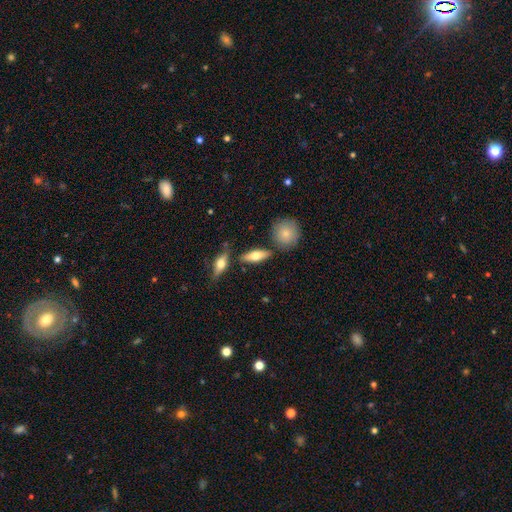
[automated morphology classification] smooth_or_featured: smooth (p=0.58) [alt: featured or disk p=0.36]
how_rounded: in between (p=0.60) [alt: cigar-shaped p=0.35]
merging: none (p=0.80) [alt: minor disturbance p=0.11]